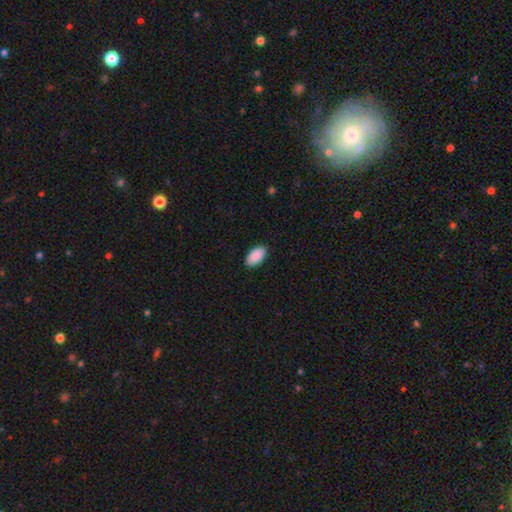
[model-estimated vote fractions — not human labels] The model was most divided on "merging": none: 89%, minor disturbance: 9%, major disturbance: 2%, merger: 1%. More confident: how rounded — in between (96%); smooth or featured — smooth (91%).